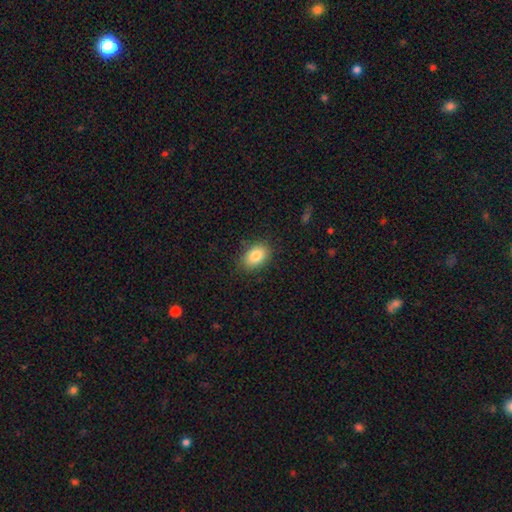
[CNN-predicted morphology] This is clearly a smooth galaxy (84%). How rounded: clearly in between (83%). Merging: clearly none (85%).